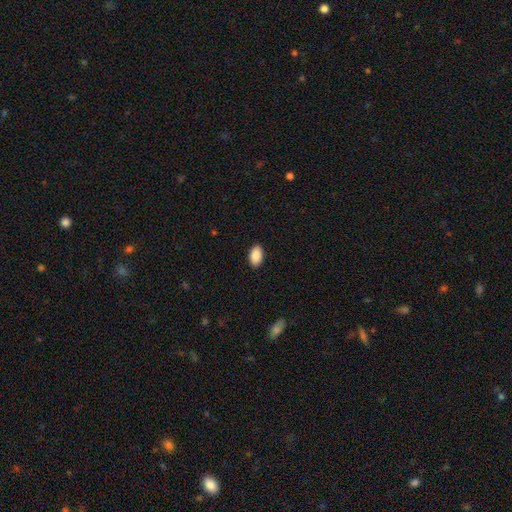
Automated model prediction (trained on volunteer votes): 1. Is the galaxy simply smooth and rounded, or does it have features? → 90% smooth, 6% star or artifact, 3% featured or disk.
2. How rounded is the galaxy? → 94% in between, 4% round, 2% cigar-shaped.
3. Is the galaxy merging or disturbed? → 90% none, 7% minor disturbance, 2% major disturbance, 1% merger.